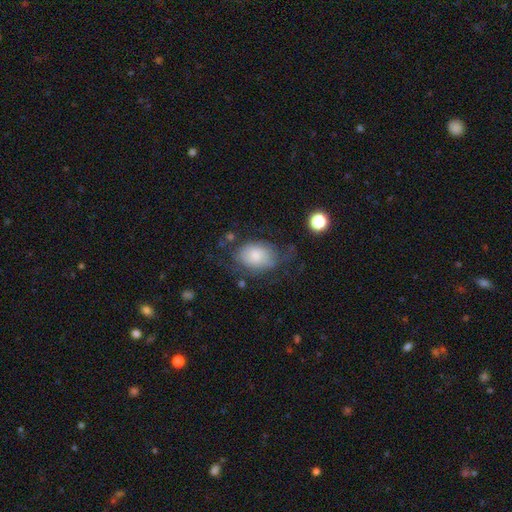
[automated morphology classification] type=smooth (69%); roundness=in between (78%); merging=none (46%).